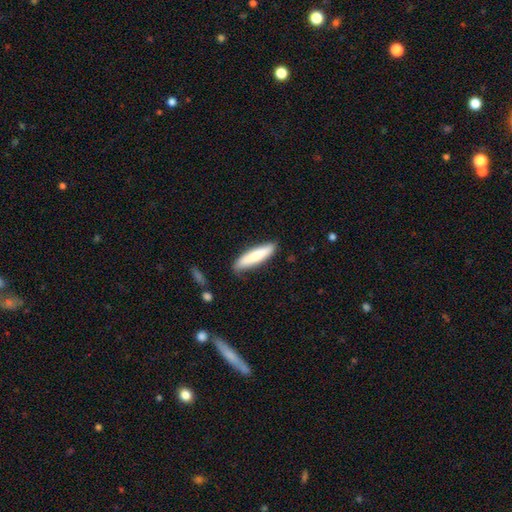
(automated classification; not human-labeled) smooth_or_featured: smooth (p=0.79) [alt: featured or disk p=0.16]
how_rounded: cigar-shaped (p=0.77) [alt: in between p=0.21]
merging: none (p=0.79) [alt: minor disturbance p=0.16]